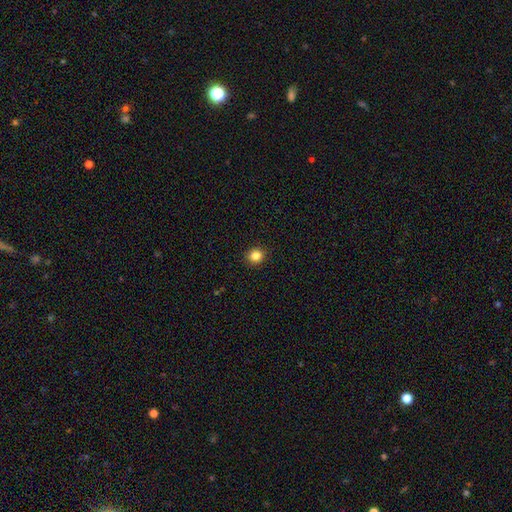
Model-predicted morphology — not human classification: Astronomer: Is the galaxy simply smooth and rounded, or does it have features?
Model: smooth — 84%.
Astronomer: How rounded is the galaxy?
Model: round — 89%.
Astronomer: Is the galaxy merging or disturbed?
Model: none — 92%.